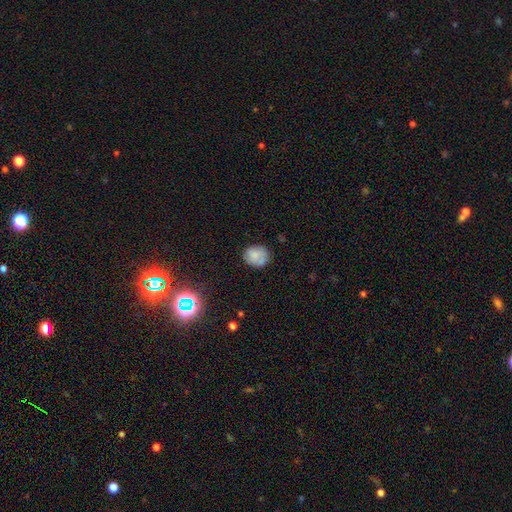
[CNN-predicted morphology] Overall: smooth (71%). How rounded: round (65%; in between 34%). Merging: none (64%).